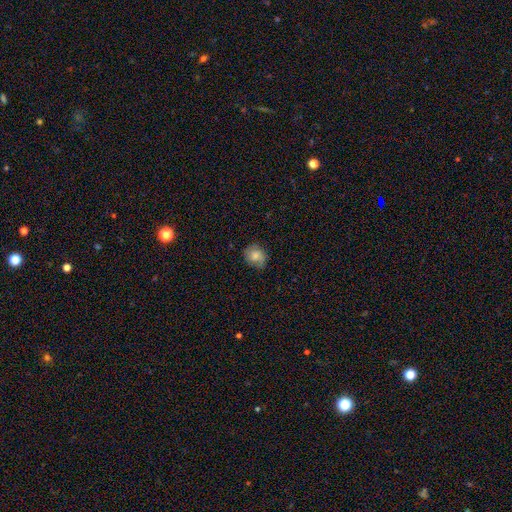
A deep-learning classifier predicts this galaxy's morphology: smooth 66%, featured or disk 25%, star or artifact 9%. Down the decision tree: how rounded — round (68%); merging — none (71%).